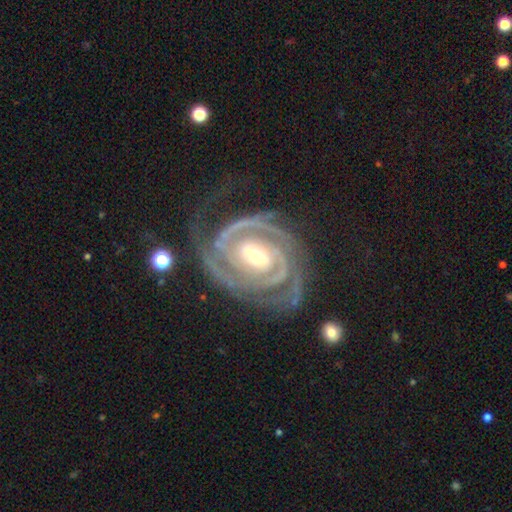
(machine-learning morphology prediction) featured or disk 93%, star or artifact 4%, smooth 3%. Down the decision tree: edge-on disk — no (97%); bar — strong (38%); spiral arms — yes (98%); spiral arm count — 2 (63%); spiral winding — tight (76%); bulge size — moderate (54%); merging — none (68%).